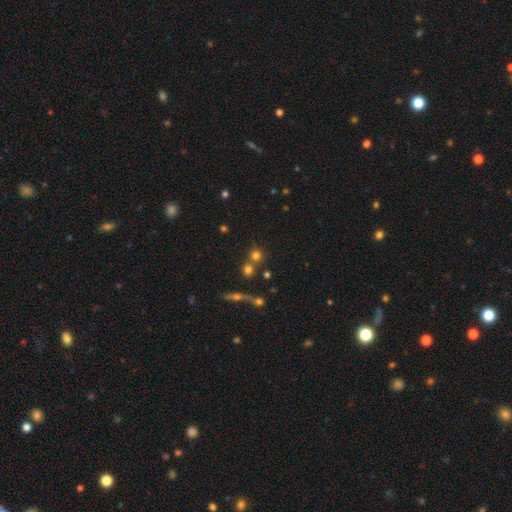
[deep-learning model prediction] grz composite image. It shows a smooth galaxy with no disk features (70%) that is round (91%). Merging: none (59%).